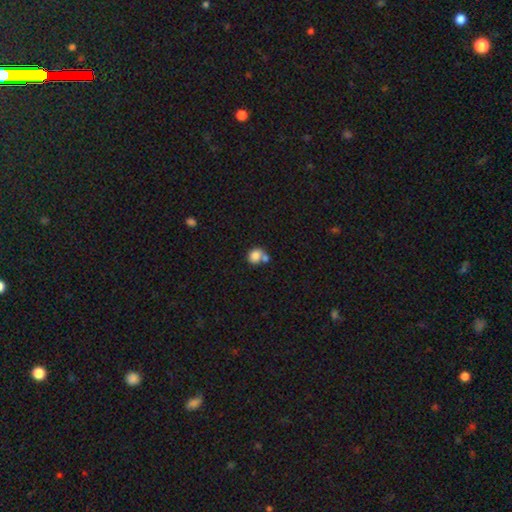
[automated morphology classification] A smooth galaxy with no disk features (82%) that is round (71%).

Vote fractions:
- Smooth or featured? smooth: 82% / star or artifact: 9% / featured or disk: 9%
- How rounded? round: 71% / in between: 28% / cigar-shaped: 1%
- Merging? merger: 46% / none: 39% / minor disturbance: 11% / major disturbance: 5%